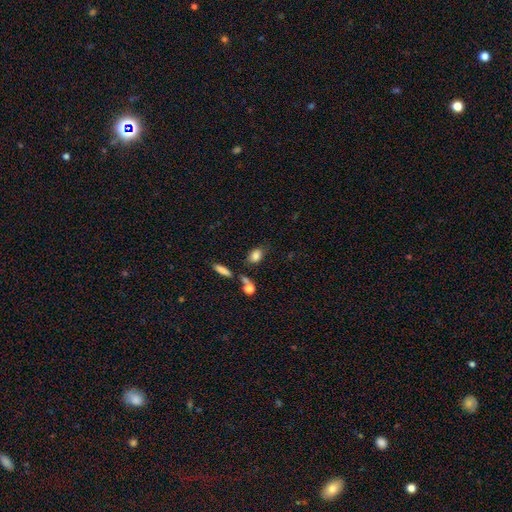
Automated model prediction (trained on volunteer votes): A smooth galaxy with no disk features (82%) that is in between round and cigar-shaped (77%).

Vote fractions:
- Smooth or featured? smooth: 82% / star or artifact: 10% / featured or disk: 8%
- How rounded? in between: 77% / round: 19% / cigar-shaped: 4%
- Merging? none: 68% / minor disturbance: 17% / merger: 10% / major disturbance: 6%